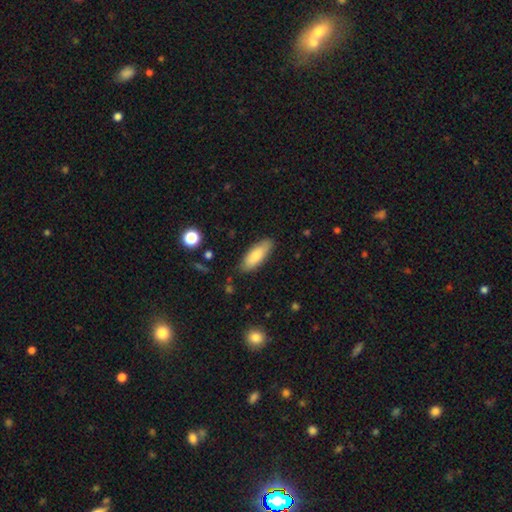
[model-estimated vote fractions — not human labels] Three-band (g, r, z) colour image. It shows a smooth galaxy with no disk features (79%) that is in between round and cigar-shaped (68%). Merging: none (84%).